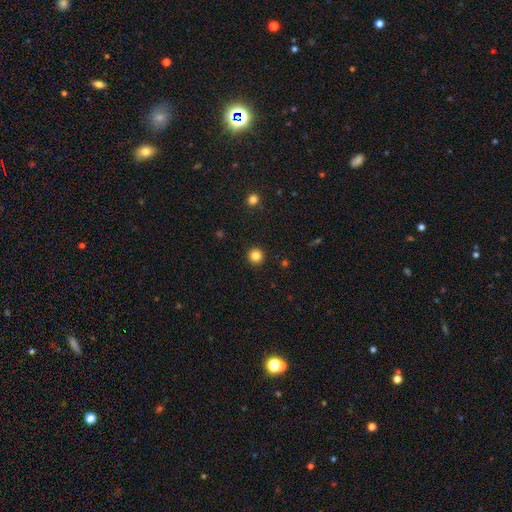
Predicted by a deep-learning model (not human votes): Smooth or featured: smooth — 83% (star or artifact — 12%)
How rounded: round — 95% (in between — 4%)
Merging: none — 93% (minor disturbance — 4%)